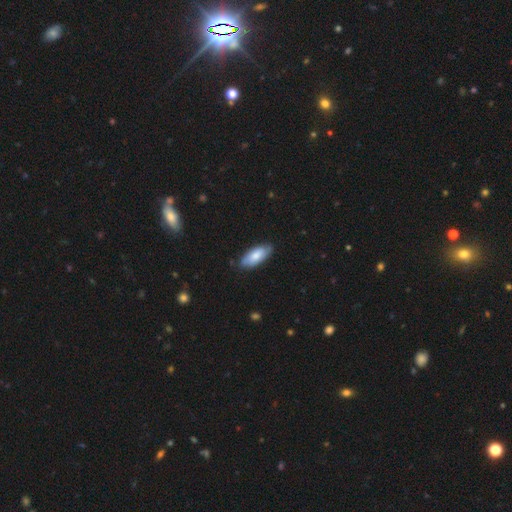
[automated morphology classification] A smooth galaxy with no disk features (76%) that is in between round and cigar-shaped (81%).

Vote fractions:
- Smooth or featured? smooth: 76% / featured or disk: 18% / star or artifact: 5%
- How rounded? in between: 81% / cigar-shaped: 17% / round: 2%
- Merging? none: 81% / minor disturbance: 15% / major disturbance: 2% / merger: 1%